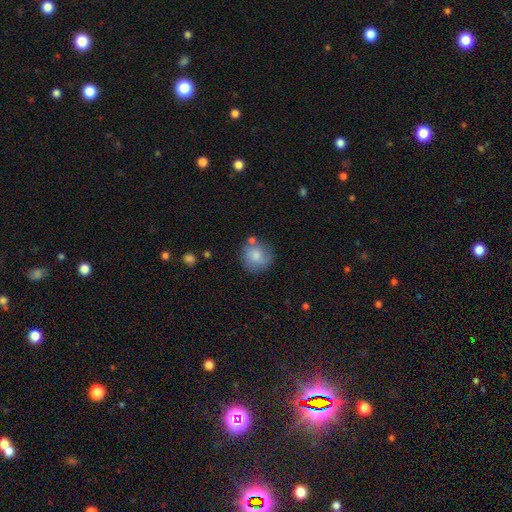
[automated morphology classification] Smooth or featured?
  - smooth: 74% *
  - featured or disk: 17%
  - star or artifact: 8%
How rounded?
  - round: 88% *
  - in between: 11%
  - cigar-shaped: 1%
Merging?
  - none: 66% *
  - minor disturbance: 19%
  - merger: 10%
  - major disturbance: 6%